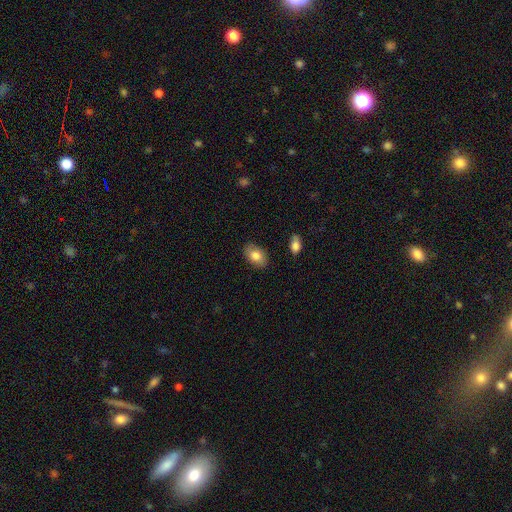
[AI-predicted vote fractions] Overall: smooth (79%). How rounded: in between (86%). Merging: none (84%).